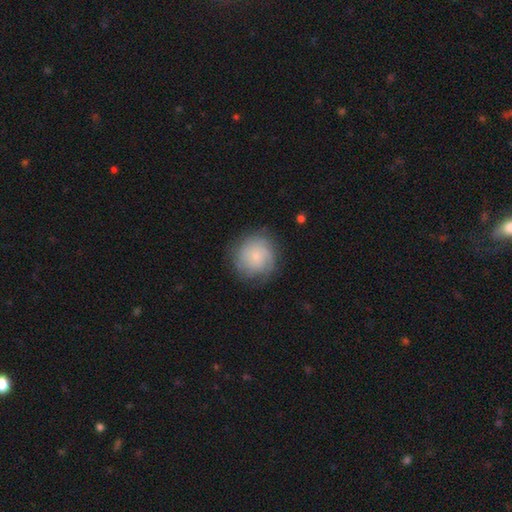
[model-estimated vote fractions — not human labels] smooth-or-featured: smooth: 46% (tied) | featured or disk: 46% (tied) | star or artifact: 8%
  merging: none: 75% | minor disturbance: 17% | major disturbance: 7% | merger: 1%